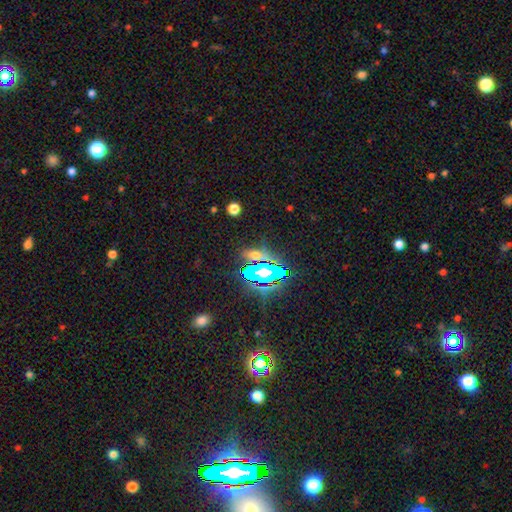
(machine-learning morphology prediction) Smooth or featured? star or artifact (53%)